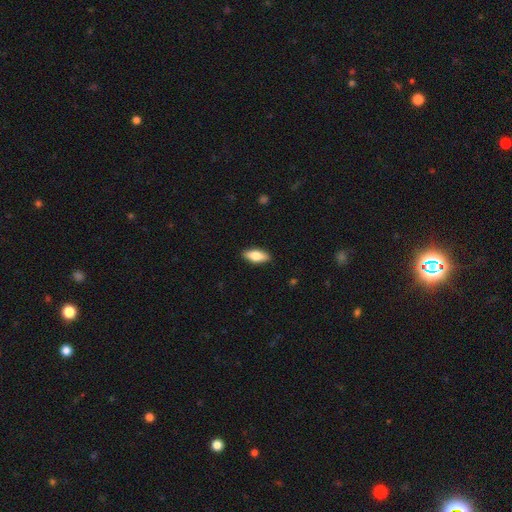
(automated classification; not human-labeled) Smooth or featured: smooth — 71% (featured or disk — 23%)
How rounded: in between — 78% (cigar-shaped — 19%)
Merging: none — 89% (minor disturbance — 8%)